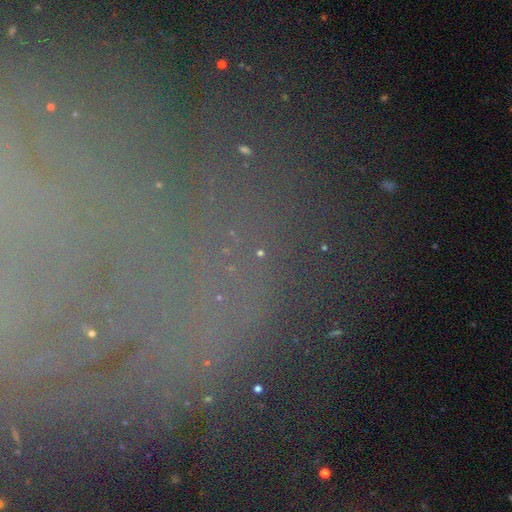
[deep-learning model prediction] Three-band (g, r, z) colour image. It shows a star or artifact, not a galaxy (68%).